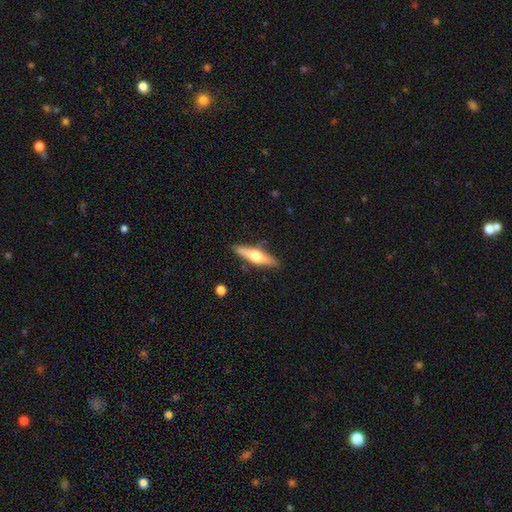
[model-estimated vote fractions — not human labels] smooth-or-featured: featured or disk: 55% | smooth: 40% | star or artifact: 6%
  disk-edge-on: yes: 93% | no: 7%
    edge-on-bulge: rounded: 94% | boxy: 3% | none: 3%
  merging: none: 85% | minor disturbance: 10% | major disturbance: 2% | merger: 2%